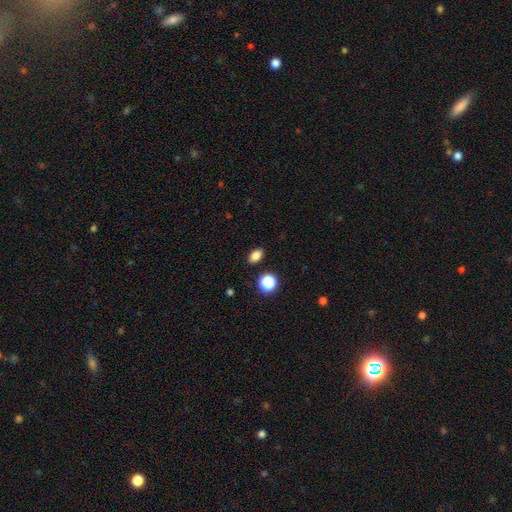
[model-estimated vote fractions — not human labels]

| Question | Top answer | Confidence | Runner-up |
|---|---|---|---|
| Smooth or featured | smooth | 83% | star or artifact (12%) |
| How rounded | in between | 82% | round (16%) |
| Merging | none | 88% | minor disturbance (8%) |